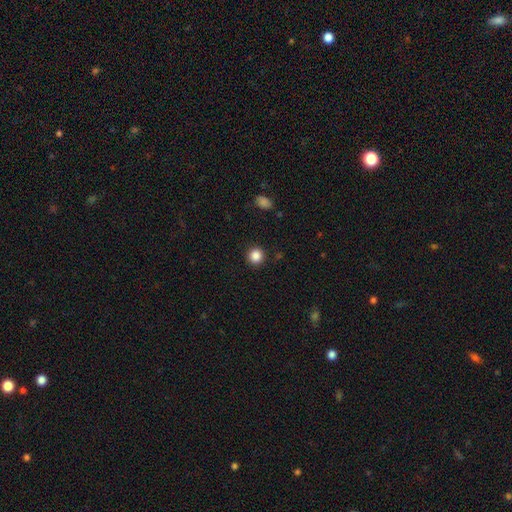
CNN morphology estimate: The model was most divided on "smooth or featured": smooth: 86%, star or artifact: 11%, featured or disk: 3%. More confident: how rounded — round (93%); merging — none (91%).